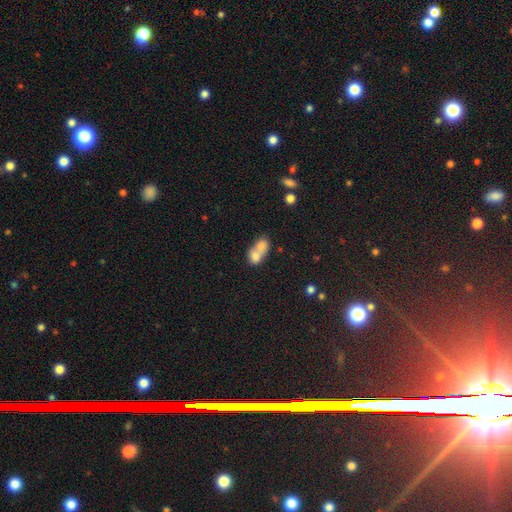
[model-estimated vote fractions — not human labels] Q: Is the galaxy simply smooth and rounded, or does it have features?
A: smooth — 72%.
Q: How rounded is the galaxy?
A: in between — 62%.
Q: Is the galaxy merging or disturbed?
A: merger — 74%.